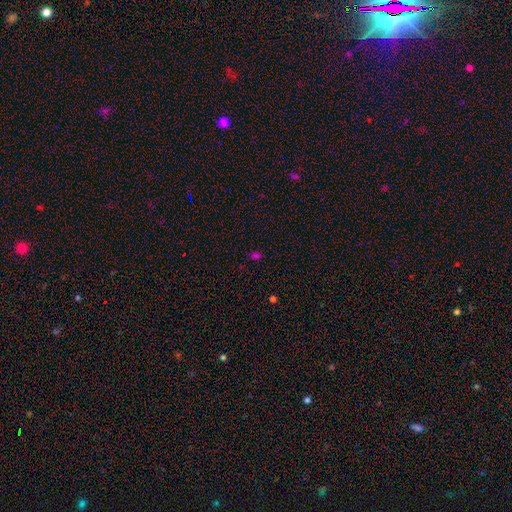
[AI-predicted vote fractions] Smooth or featured? Predicted: smooth (p=0.60). How rounded? Predicted: in between (p=0.75). Merging? Predicted: none (p=0.78).